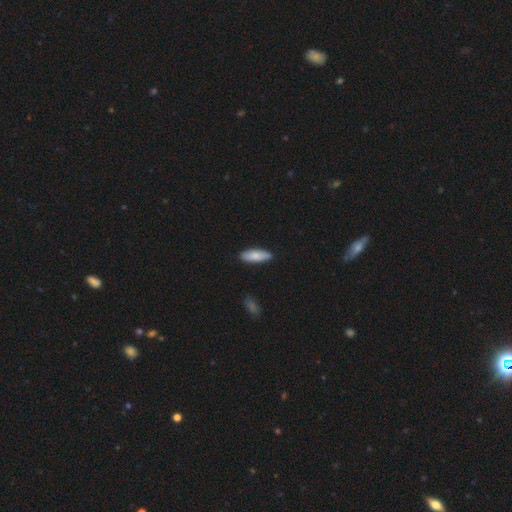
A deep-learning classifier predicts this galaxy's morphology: Smooth or featured: smooth — 82% (featured or disk — 13%)
How rounded: in between — 63% (cigar-shaped — 35%)
Merging: none — 86% (minor disturbance — 11%)